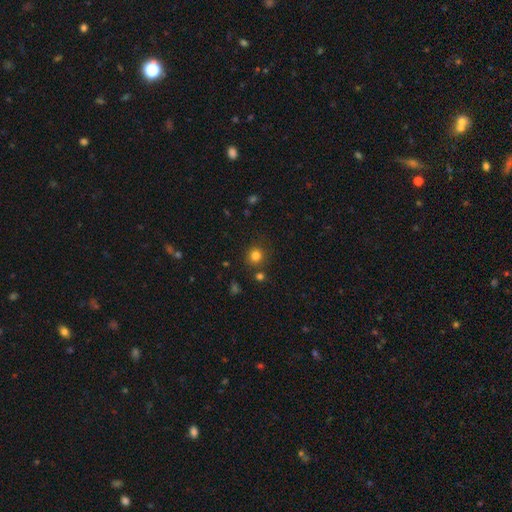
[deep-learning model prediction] The model was most divided on "smooth or featured": smooth: 81%, star or artifact: 14%, featured or disk: 5%. More confident: how rounded — round (91%); merging — none (83%).